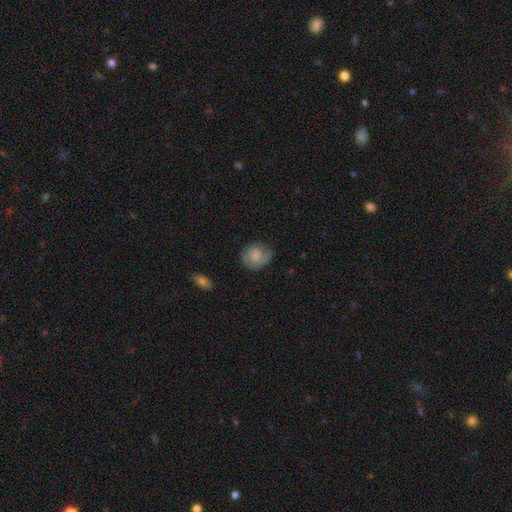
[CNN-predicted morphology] Smooth or featured? smooth (53%)
How rounded? round (72%)
Merging? none (67%)